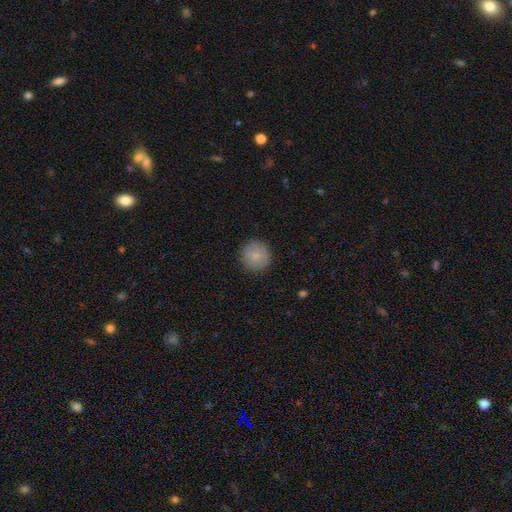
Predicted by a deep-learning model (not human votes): Smooth or featured: smooth — 84% (featured or disk — 8%)
How rounded: round — 93% (in between — 6%)
Merging: none — 89% (minor disturbance — 8%)